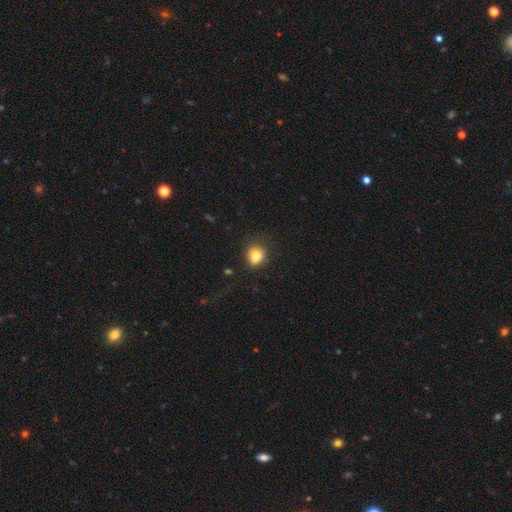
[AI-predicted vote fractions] Smooth or featured? smooth (80%)
How rounded? round (64%)
Merging? none (60%)